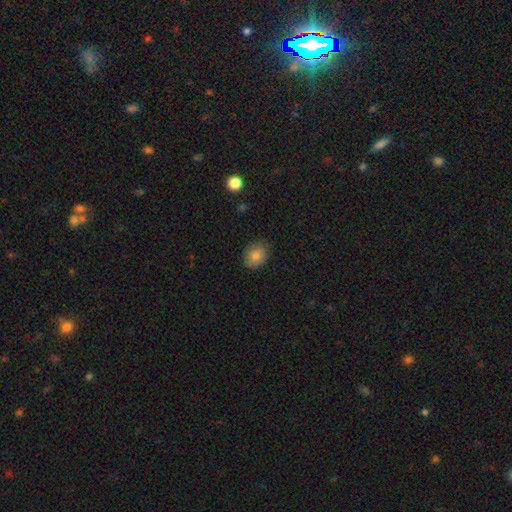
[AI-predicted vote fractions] This is clearly a smooth galaxy (81%). How rounded: possibly in between (54%). Merging: clearly none (81%).